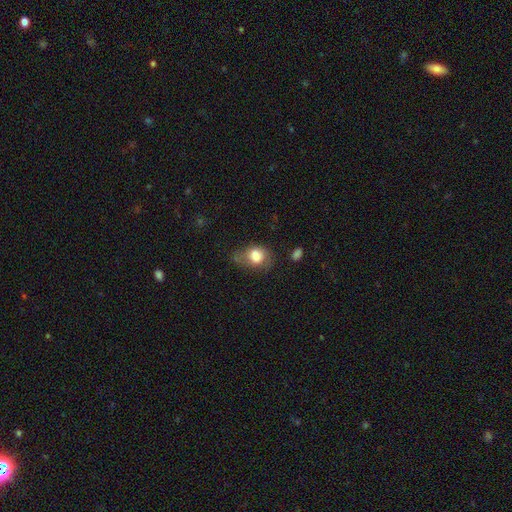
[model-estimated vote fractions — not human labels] smooth_or_featured: smooth (p=0.75) [alt: featured or disk p=0.17]
how_rounded: in between (p=0.63) [alt: round p=0.35]
merging: none (p=0.38) [alt: minor disturbance p=0.33]